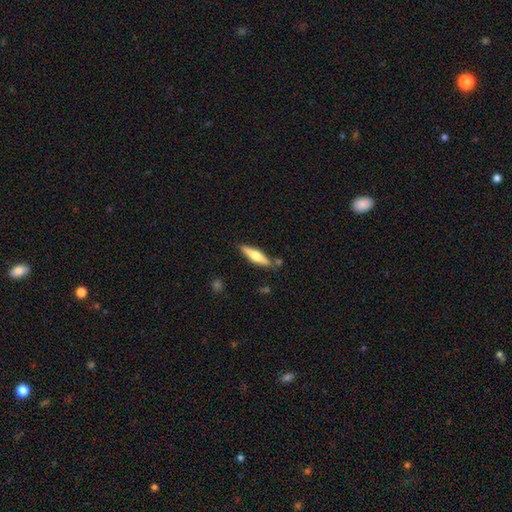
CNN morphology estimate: type=featured or disk (50%); edge-on=yes (95%); merging=none (82%).